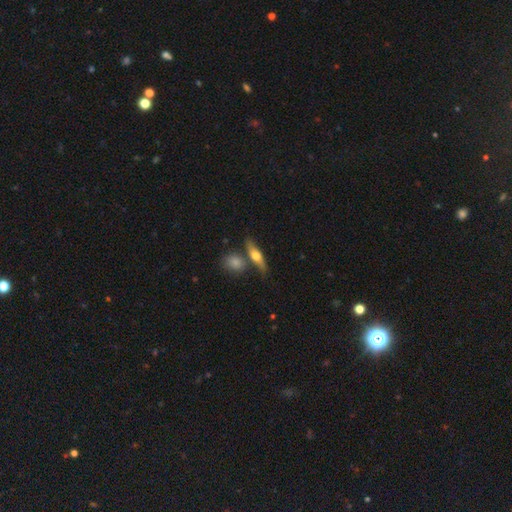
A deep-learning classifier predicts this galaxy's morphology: The model was most divided on "smooth or featured": featured or disk: 49%, smooth: 45%, star or artifact: 7%. More confident: merging — none (68%).